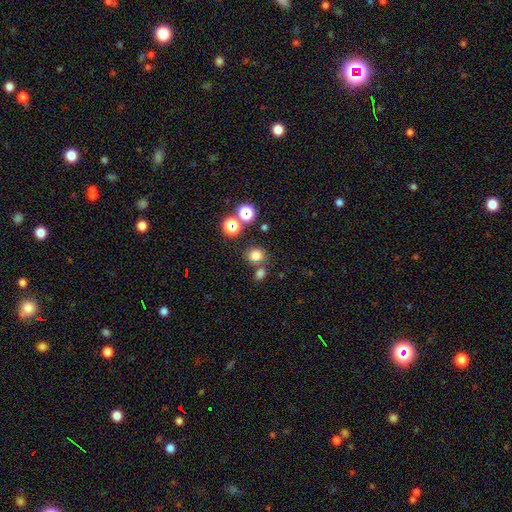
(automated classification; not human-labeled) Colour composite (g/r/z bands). It shows a smooth galaxy with no disk features (75%) that is round (81%). Merging: none (70%).